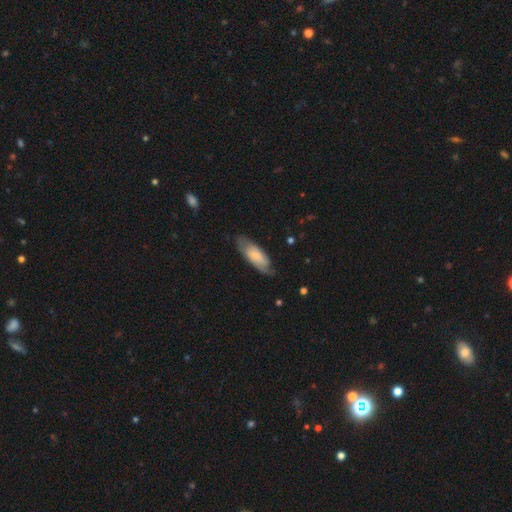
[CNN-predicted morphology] This is possibly a featured or disk galaxy (50%). Merging: likely none (71%).